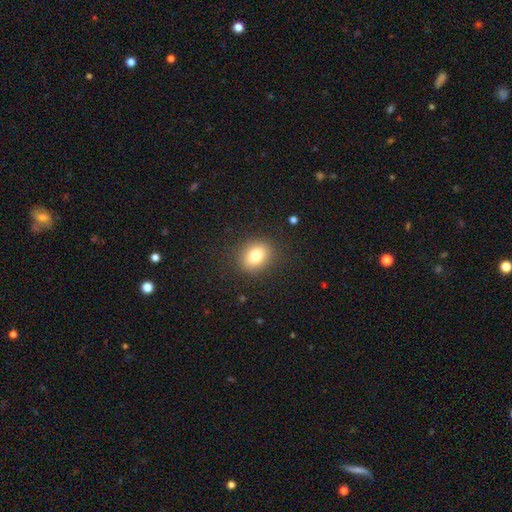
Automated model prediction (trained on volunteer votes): smooth 81%, star or artifact 10%, featured or disk 9%. Down the decision tree: how rounded — in between (52%); merging — none (87%).